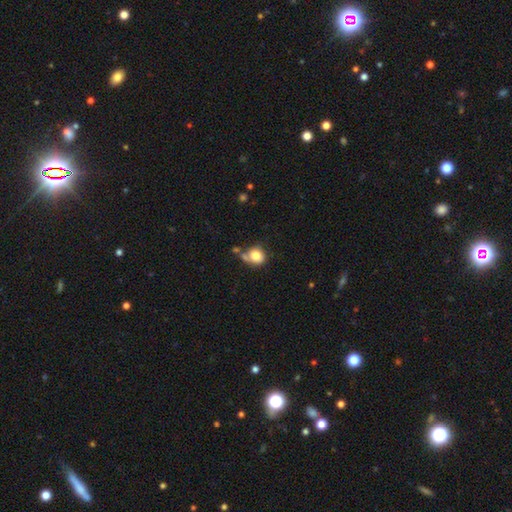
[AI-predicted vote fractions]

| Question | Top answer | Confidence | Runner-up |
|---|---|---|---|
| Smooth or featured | smooth | 80% | featured or disk (11%) |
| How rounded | round | 74% | in between (25%) |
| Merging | none | 49% | merger (23%) |